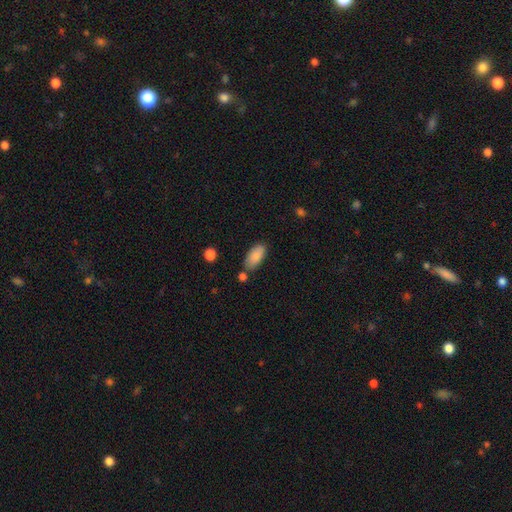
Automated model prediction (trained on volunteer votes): smooth 87%, featured or disk 7%, star or artifact 7%. Down the decision tree: how rounded — in between (90%); merging — none (74%).